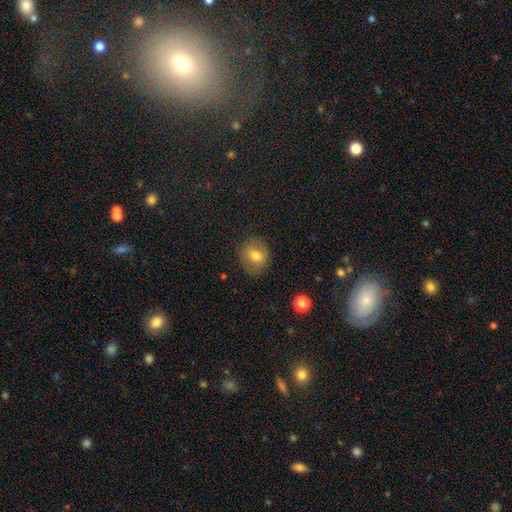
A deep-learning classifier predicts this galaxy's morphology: A smooth galaxy with no disk features (67%) that is round (63%). Merging: none (82%).